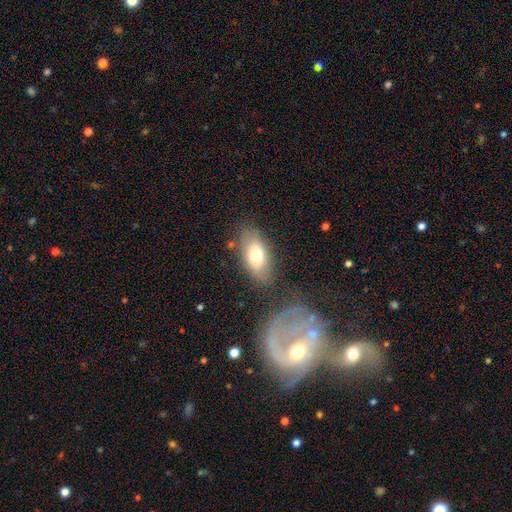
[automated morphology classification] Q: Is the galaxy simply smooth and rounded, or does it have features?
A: smooth — 70%.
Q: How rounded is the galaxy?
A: in between — 89%.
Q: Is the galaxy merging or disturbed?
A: none — 74%.